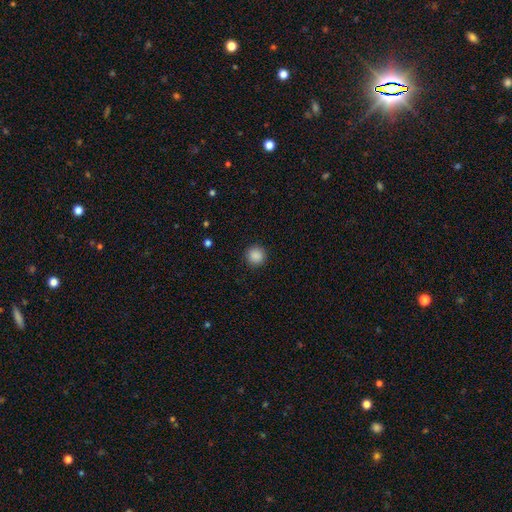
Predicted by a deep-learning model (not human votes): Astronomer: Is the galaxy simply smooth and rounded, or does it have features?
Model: smooth — 88%.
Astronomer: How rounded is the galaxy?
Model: round — 93%.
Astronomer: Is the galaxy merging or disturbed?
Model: none — 91%.